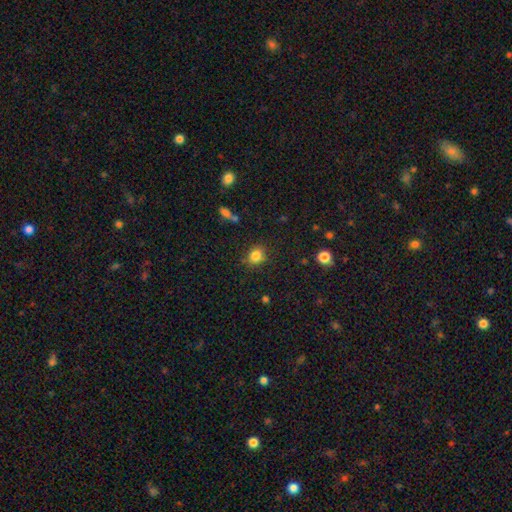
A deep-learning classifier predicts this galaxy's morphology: smooth 83%, star or artifact 11%, featured or disk 6%. Down the decision tree: how rounded — round (62%); merging — none (80%).